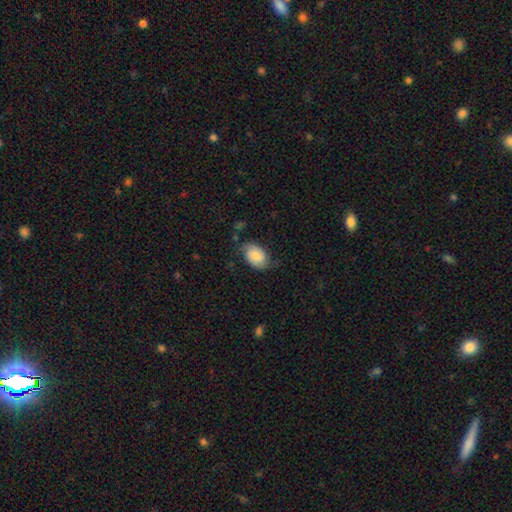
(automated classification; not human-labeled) This is likely a smooth galaxy (61%). How rounded: clearly in between (84%). Merging: likely none (63%).